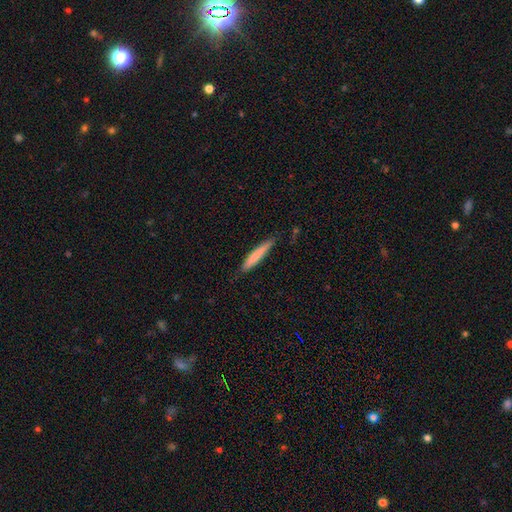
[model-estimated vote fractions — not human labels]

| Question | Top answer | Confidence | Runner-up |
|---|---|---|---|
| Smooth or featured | smooth | 75% | featured or disk (20%) |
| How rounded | cigar-shaped | 93% | in between (6%) |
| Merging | none | 82% | minor disturbance (15%) |